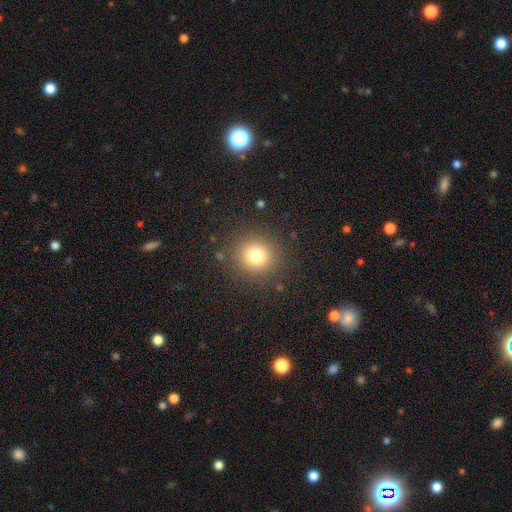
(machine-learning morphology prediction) The model was most divided on "smooth or featured": smooth: 77%, star or artifact: 14%, featured or disk: 9%. More confident: how rounded — round (92%); merging — none (88%).